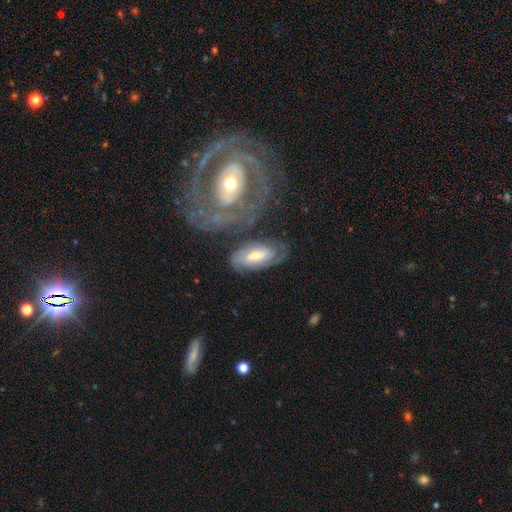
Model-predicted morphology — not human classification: A featured or disk galaxy (63%) with a weak bar (43%), spiral arms (85%) and a moderate central bulge (49%).

Vote fractions:
- Smooth or featured? featured or disk: 63% / smooth: 31% / star or artifact: 6%
- Edge-on disk? no: 90% / yes: 10%
- Bar? weak: 43% / no: 36% / strong: 22%
- Spiral arms? yes: 85% / no: 15%
- Bulge size? moderate: 49% / small: 40% / large: 7% / none: 3% / dominant: 1%
- Merging? none: 61% / minor disturbance: 18% / merger: 12% / major disturbance: 9%